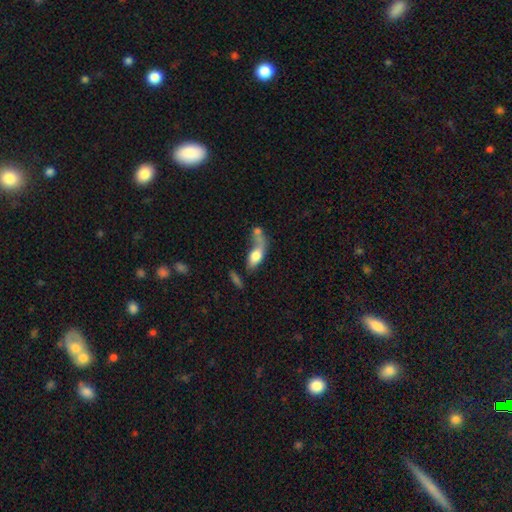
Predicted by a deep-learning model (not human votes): Smooth or featured? Predicted: smooth (p=0.64). How rounded? Predicted: in between (p=0.75). Merging? Predicted: merger (p=0.42).